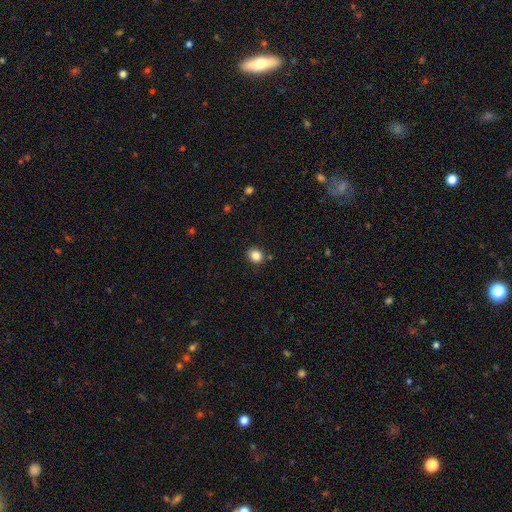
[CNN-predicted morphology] This is clearly a smooth galaxy (86%). How rounded: likely round (66%). Merging: clearly none (86%).